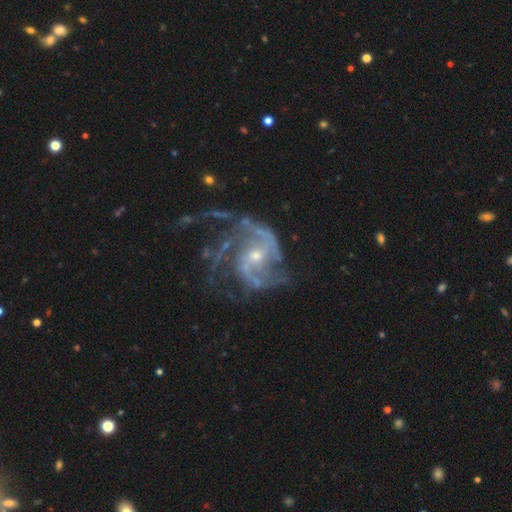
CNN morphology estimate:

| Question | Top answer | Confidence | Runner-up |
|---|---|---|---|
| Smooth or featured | featured or disk | 90% | star or artifact (7%) |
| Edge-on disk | no | 98% | yes (2%) |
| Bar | no | 53% | weak (37%) |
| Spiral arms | yes | 96% | no (4%) |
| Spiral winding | medium | 51% | loose (27%) |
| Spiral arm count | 2 | 41% | 3 (23%) |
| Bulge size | small | 58% | moderate (37%) |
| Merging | none | 47% | major disturbance (30%) |